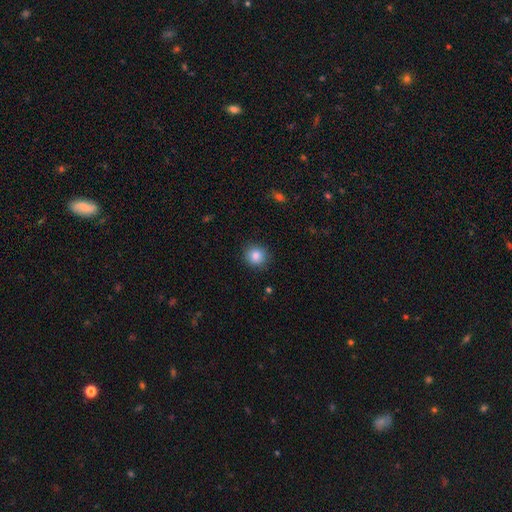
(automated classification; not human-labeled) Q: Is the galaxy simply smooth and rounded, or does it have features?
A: smooth — 85%.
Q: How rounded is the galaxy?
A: round — 88%.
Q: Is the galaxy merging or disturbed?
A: none — 90%.